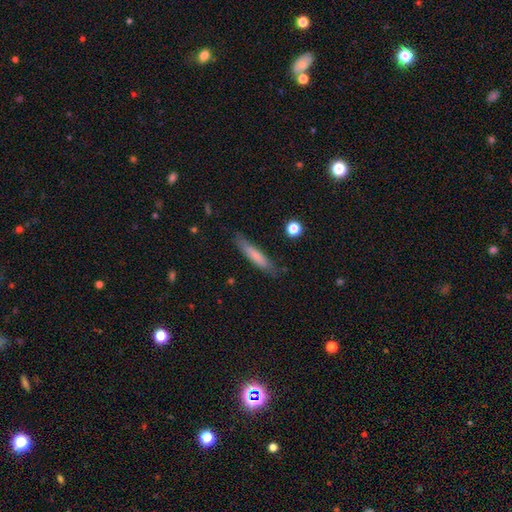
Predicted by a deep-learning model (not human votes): smooth 72%, featured or disk 21%, star or artifact 7%. Down the decision tree: how rounded — cigar-shaped (88%); merging — none (79%).